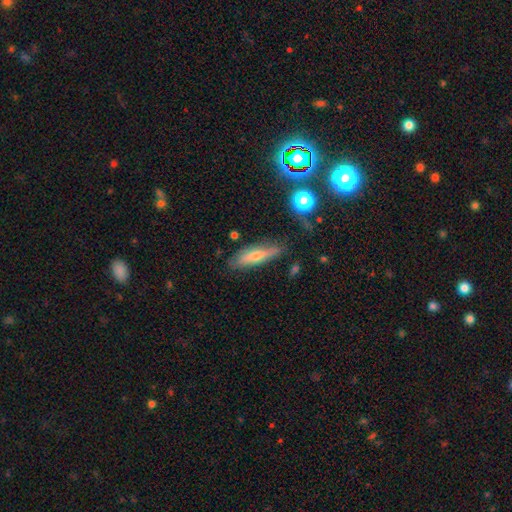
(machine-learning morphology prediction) The model was most divided on "smooth or featured": smooth: 49%, featured or disk: 40%, star or artifact: 10%. More confident: merging — none (74%).